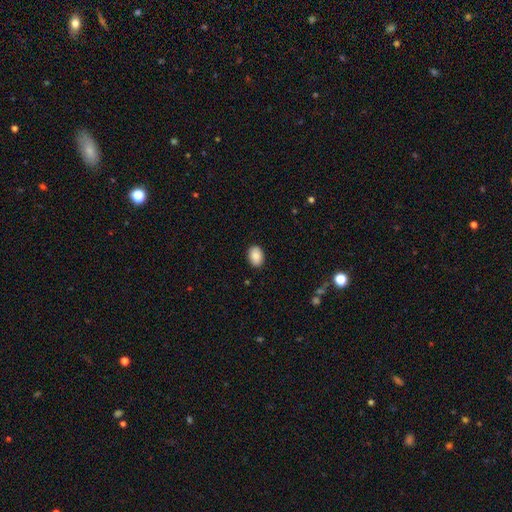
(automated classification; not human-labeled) Overall: smooth (89%). How rounded: in between (81%). Merging: none (89%).